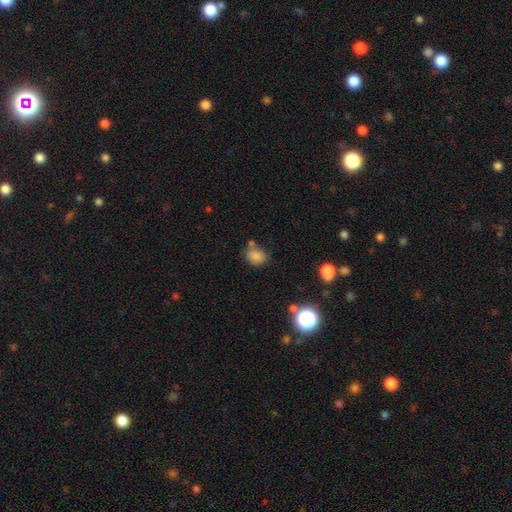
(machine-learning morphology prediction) smooth_or_featured: smooth (p=0.83) [alt: star or artifact p=0.12]
how_rounded: round (p=0.57) [alt: in between p=0.42]
merging: none (p=0.64) [alt: minor disturbance p=0.17]